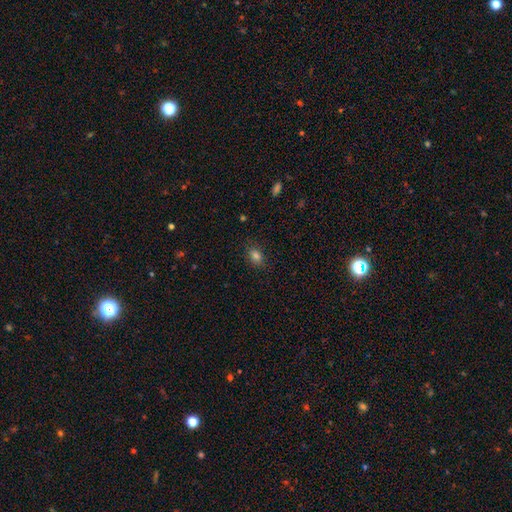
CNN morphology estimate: Smooth or featured? smooth (81%)
How rounded? in between (72%)
Merging? none (84%)